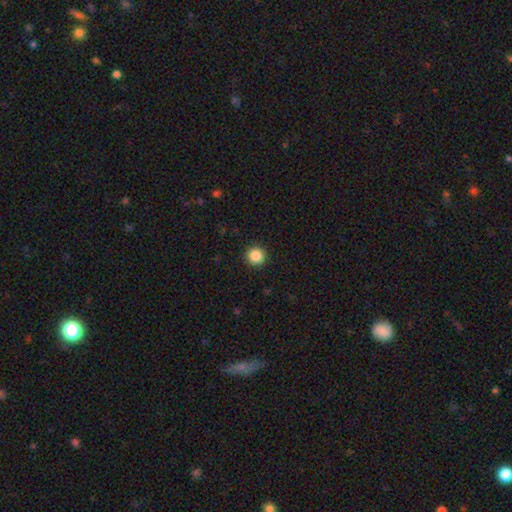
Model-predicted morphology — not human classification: smooth 87%, star or artifact 10%, featured or disk 3%. Down the decision tree: how rounded — round (96%); merging — none (93%).